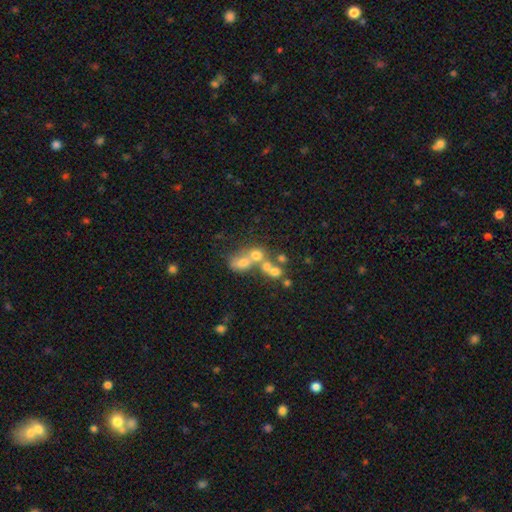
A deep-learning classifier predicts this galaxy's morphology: Overall: smooth (51%; featured or disk 31%). How rounded: round (60%; in between 37%). Merging: merger (57%; none 29%).